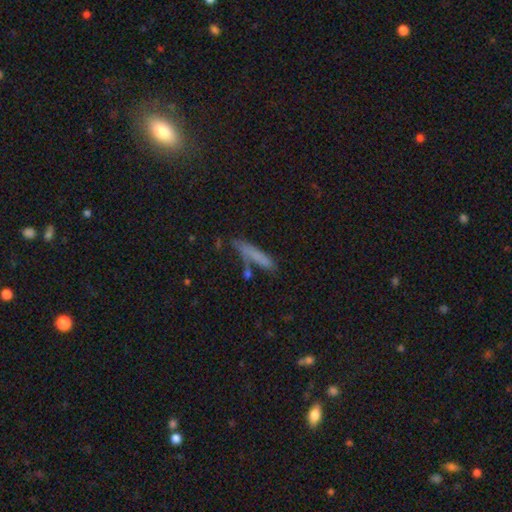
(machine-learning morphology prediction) Smooth or featured: smooth — 72% (featured or disk — 18%)
How rounded: cigar-shaped — 89% (in between — 9%)
Merging: none — 68% (minor disturbance — 18%)